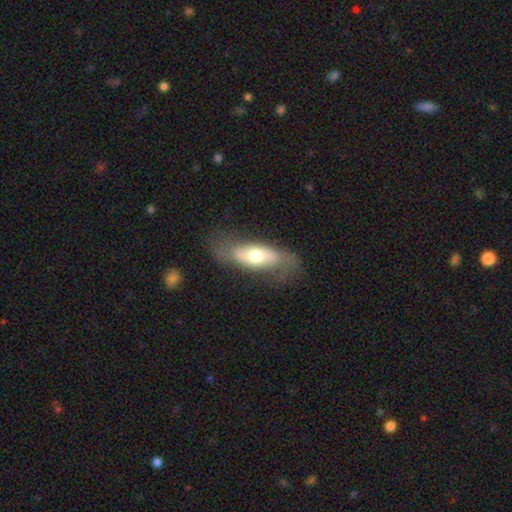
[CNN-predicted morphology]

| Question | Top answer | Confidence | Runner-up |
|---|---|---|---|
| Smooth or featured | featured or disk | 47% | tied: smooth (47%) |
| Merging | none | 63% | minor disturbance (23%) |